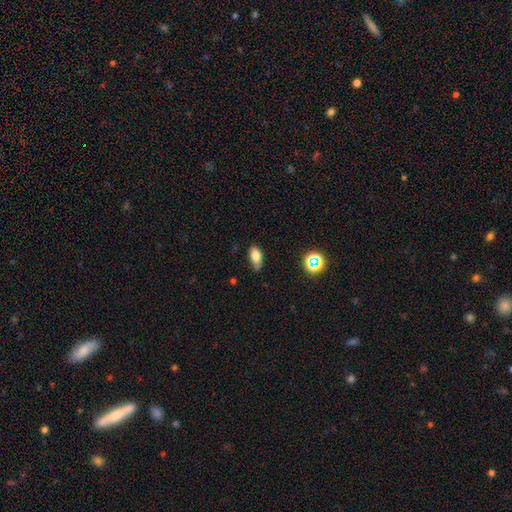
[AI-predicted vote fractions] A smooth galaxy with no disk features (77%) that is in between round and cigar-shaped (87%). Merging: none (53%).